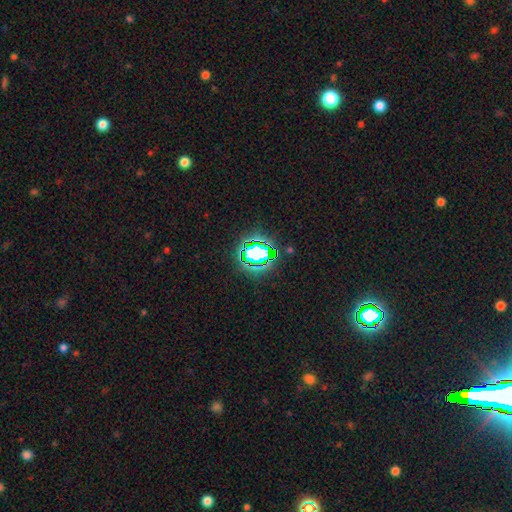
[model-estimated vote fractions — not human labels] Q: Smooth or featured?
A: star or artifact (79%); runner-up: smooth (15%)